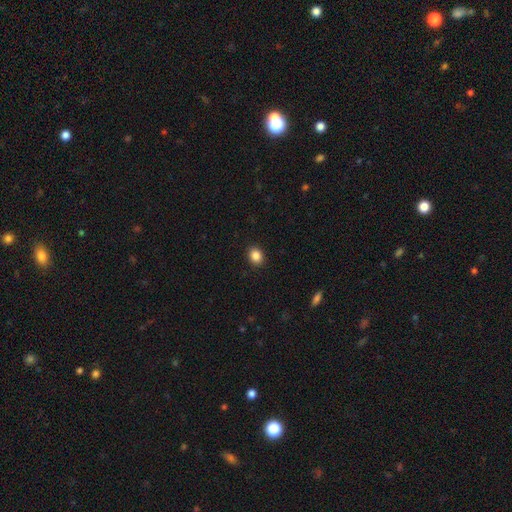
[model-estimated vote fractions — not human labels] Morphology: type=smooth (86%); roundness=round (58%); merging=none (91%).